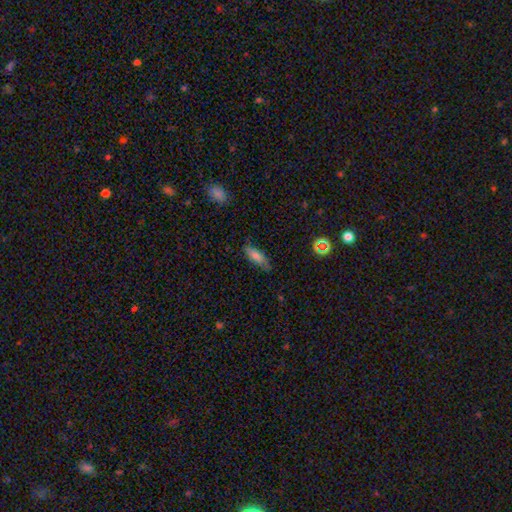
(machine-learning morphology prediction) A smooth galaxy with no disk features (76%) that is in between round and cigar-shaped (54%). Merging: none (74%).